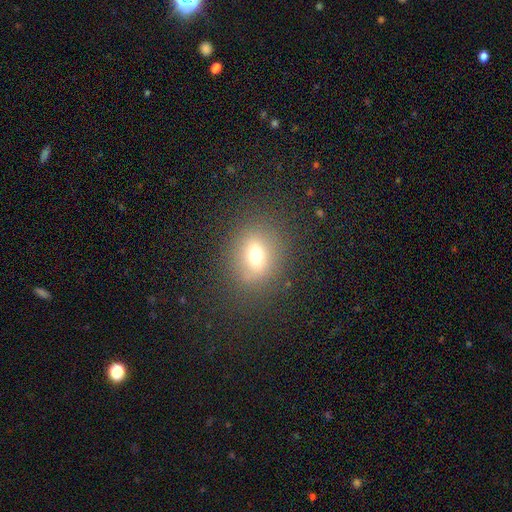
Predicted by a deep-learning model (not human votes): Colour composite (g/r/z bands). It shows a smooth galaxy with no disk features (65%) that is round (56%). Merging: none (81%).